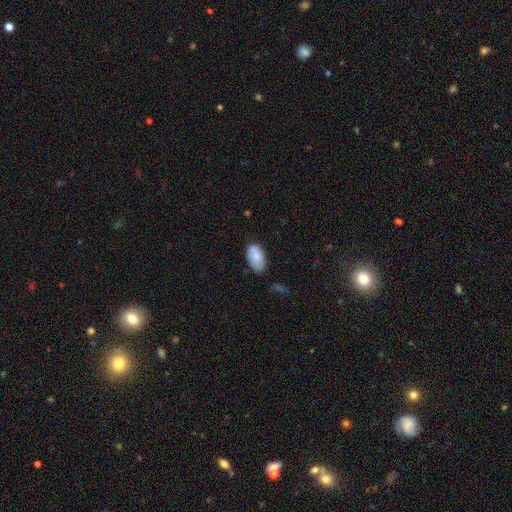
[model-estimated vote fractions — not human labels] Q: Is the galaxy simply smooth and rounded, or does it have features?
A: smooth — 78%.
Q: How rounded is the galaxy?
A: in between — 94%.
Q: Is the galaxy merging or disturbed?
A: none — 66%.